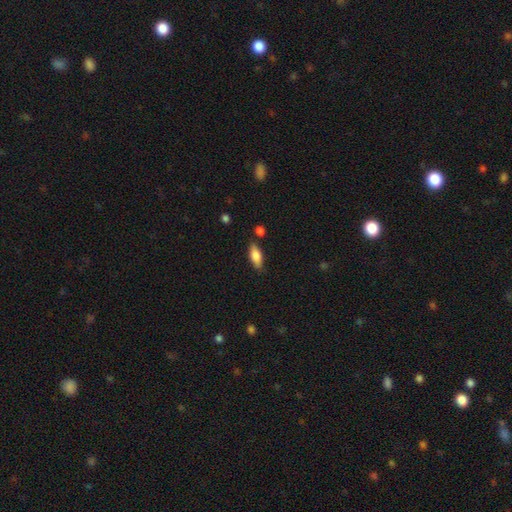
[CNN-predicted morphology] Smooth or featured? Predicted: smooth (p=0.76). How rounded? Predicted: in between (p=0.75). Merging? Predicted: none (p=0.81).